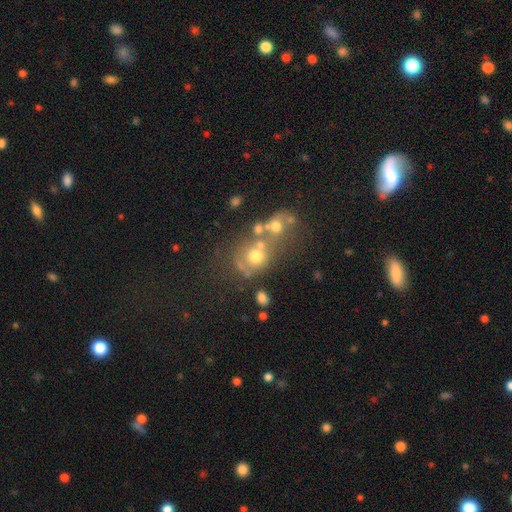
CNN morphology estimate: The model was most divided on "merging": merger: 43%, none: 34%, minor disturbance: 11%, major disturbance: 11%. More confident: how rounded — round (72%); smooth or featured — smooth (52%).